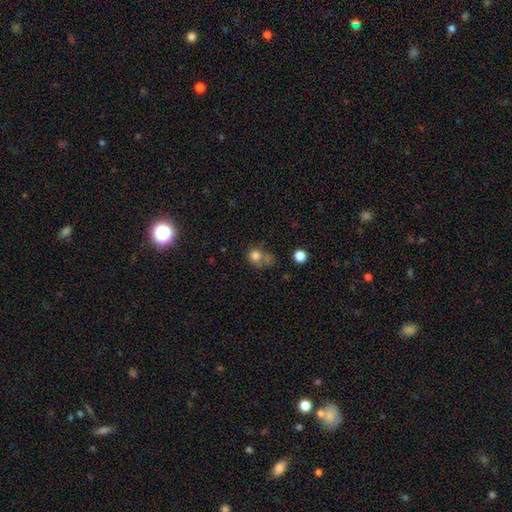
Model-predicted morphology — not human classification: This appears to be a smooth galaxy with no disk features (77%) that is round (79%). Merging: none (41%).